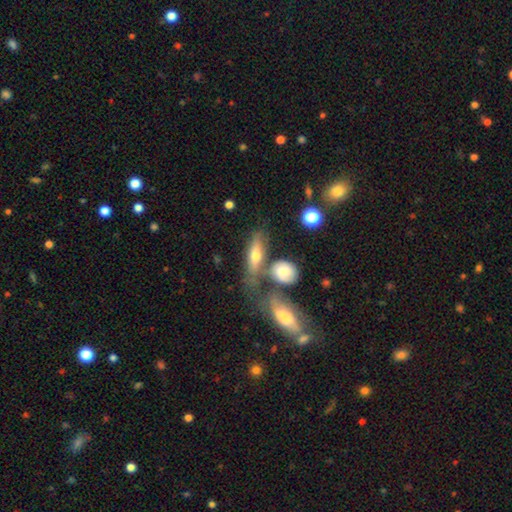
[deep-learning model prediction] Smooth or featured? smooth (58%)
How rounded? in between (57%)
Merging? none (45%)